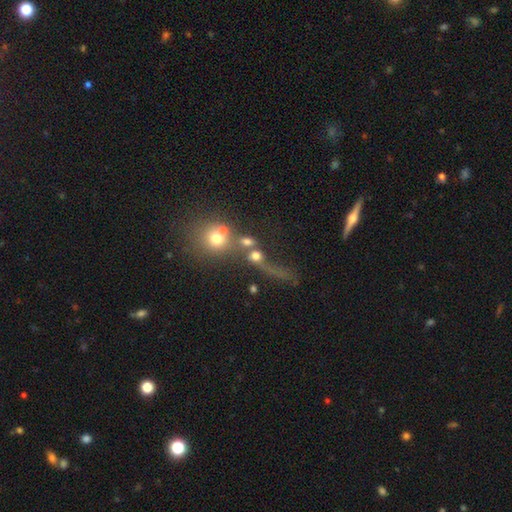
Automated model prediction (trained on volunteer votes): Overall: smooth (57%; featured or disk 24%). How rounded: round (71%). Merging: merger (44%; none 25%).